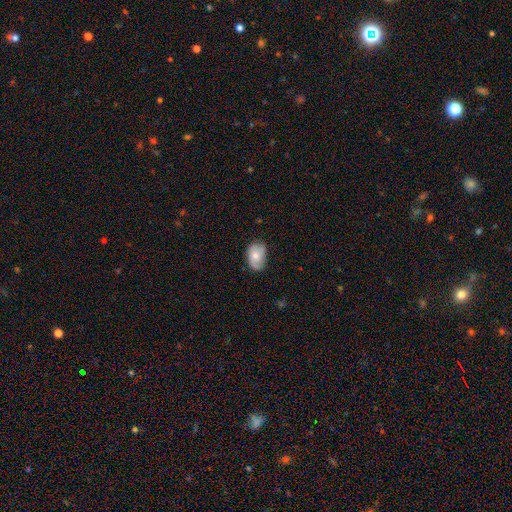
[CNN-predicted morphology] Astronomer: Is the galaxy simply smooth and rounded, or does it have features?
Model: smooth — 62%.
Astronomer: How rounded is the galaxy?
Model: in between — 79%.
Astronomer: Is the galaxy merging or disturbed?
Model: none — 59%.